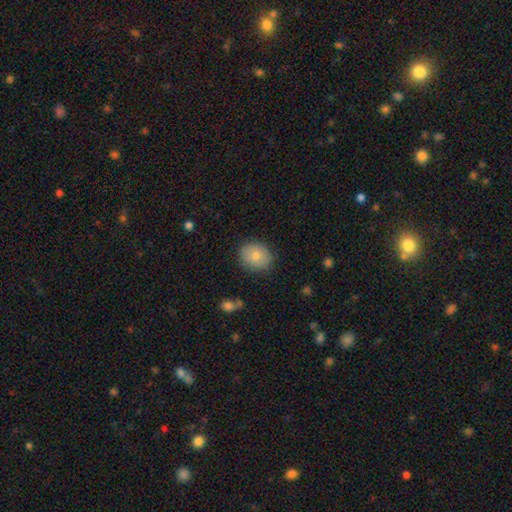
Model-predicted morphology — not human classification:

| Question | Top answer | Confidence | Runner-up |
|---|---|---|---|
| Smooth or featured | smooth | 79% | featured or disk (14%) |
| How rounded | round | 56% | in between (43%) |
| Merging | none | 84% | minor disturbance (12%) |